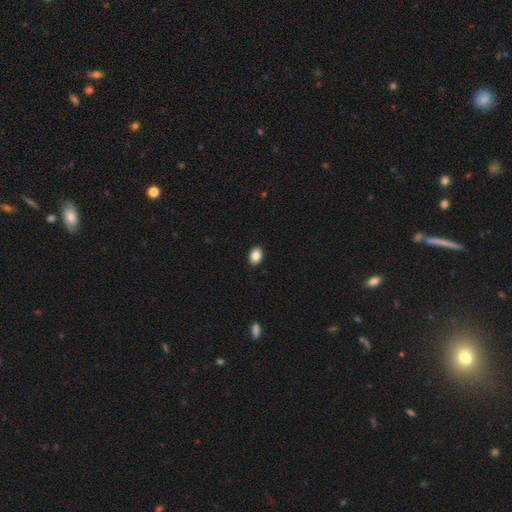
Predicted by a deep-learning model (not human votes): A smooth galaxy with no disk features (87%) that is in between round and cigar-shaped (77%). Merging: none (90%).